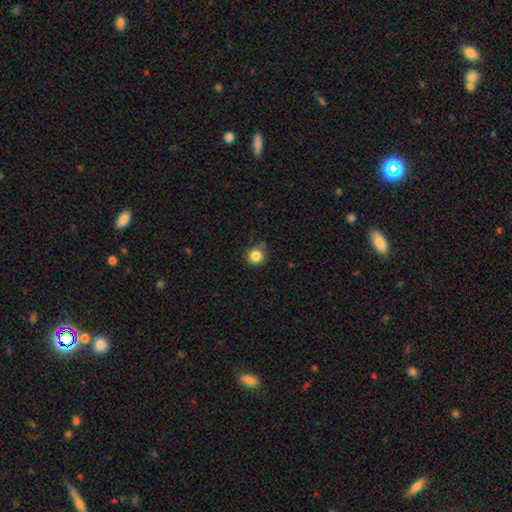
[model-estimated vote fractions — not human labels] Q: Smooth or featured?
A: smooth (85%); runner-up: star or artifact (11%)
Q: How rounded?
A: round (92%); runner-up: in between (7%)
Q: Merging?
A: none (77%); runner-up: minor disturbance (18%)